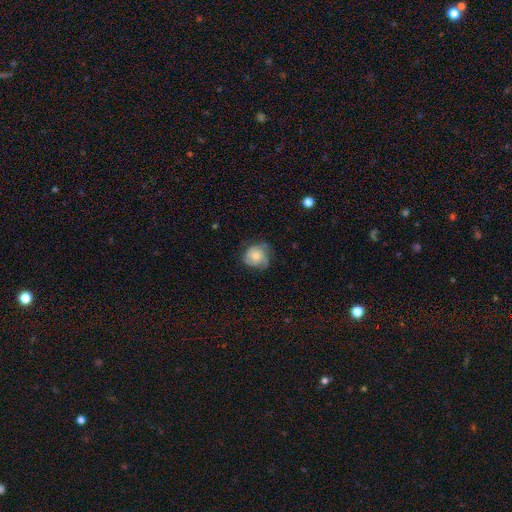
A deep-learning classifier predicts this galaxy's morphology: Smooth or featured?
  - smooth: 49% *
  - featured or disk: 43%
  - star or artifact: 8%
Merging?
  - none: 55% *
  - minor disturbance: 31%
  - major disturbance: 13%
  - merger: 1%